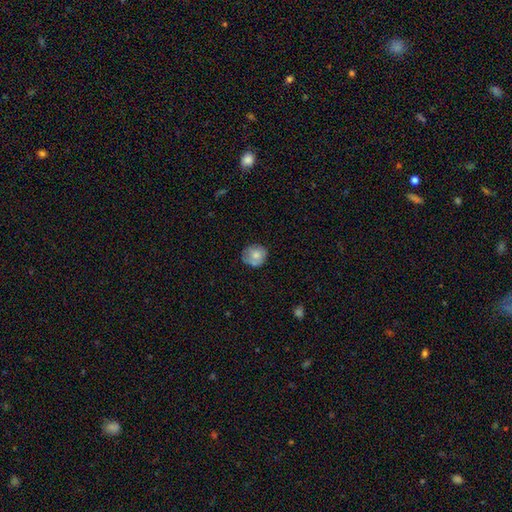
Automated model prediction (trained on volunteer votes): Smooth or featured: smooth — 72% (featured or disk — 20%)
How rounded: round — 79% (in between — 20%)
Merging: none — 65% (minor disturbance — 25%)